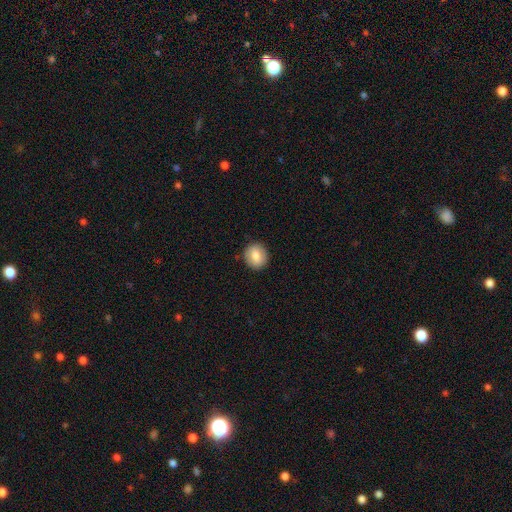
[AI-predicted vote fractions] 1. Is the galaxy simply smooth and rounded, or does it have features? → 77% smooth, 15% featured or disk, 8% star or artifact.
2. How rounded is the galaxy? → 82% round, 17% in between, 1% cigar-shaped.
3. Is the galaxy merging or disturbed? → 90% none, 7% minor disturbance, 2% major disturbance, 1% merger.